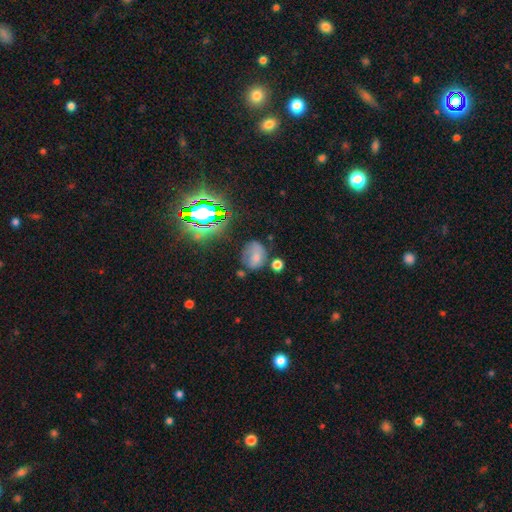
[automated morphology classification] Smooth or featured? smooth (61%)
How rounded? in between (60%)
Merging? none (50%)